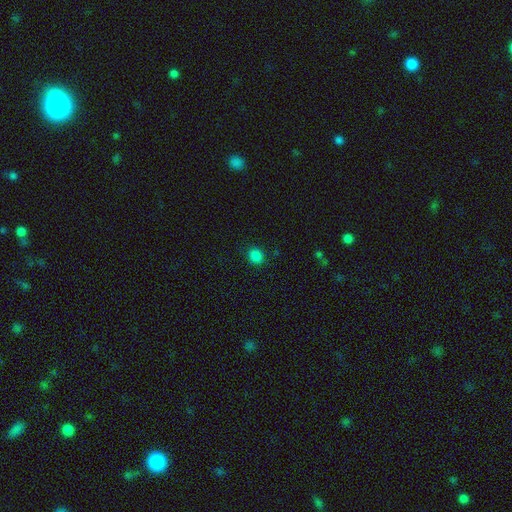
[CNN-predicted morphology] Smooth or featured: smooth — 83% (star or artifact — 14%)
How rounded: round — 70% (in between — 29%)
Merging: none — 87% (minor disturbance — 9%)